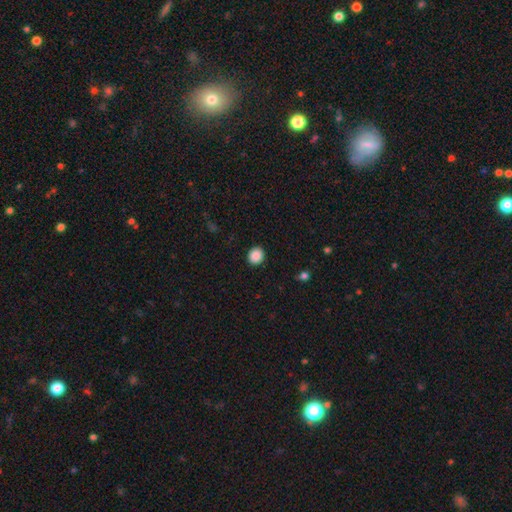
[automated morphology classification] The model was most divided on "how rounded": round: 81%, in between: 18%, cigar-shaped: 1%. More confident: merging — none (92%); smooth or featured — smooth (89%).